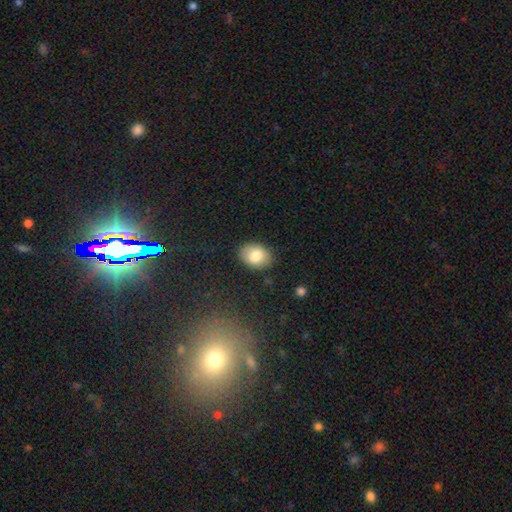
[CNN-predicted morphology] This appears to be a smooth galaxy with no disk features (81%) that is in between round and cigar-shaped (75%). Merging: none (87%).